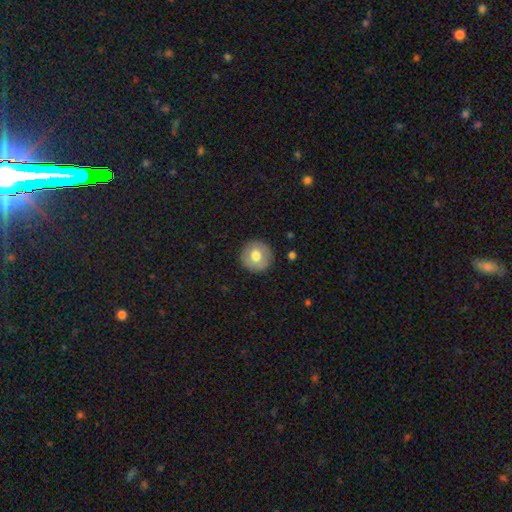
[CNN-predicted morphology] This appears to be a smooth galaxy with no disk features (73%) that is round (95%). Merging: none (90%).